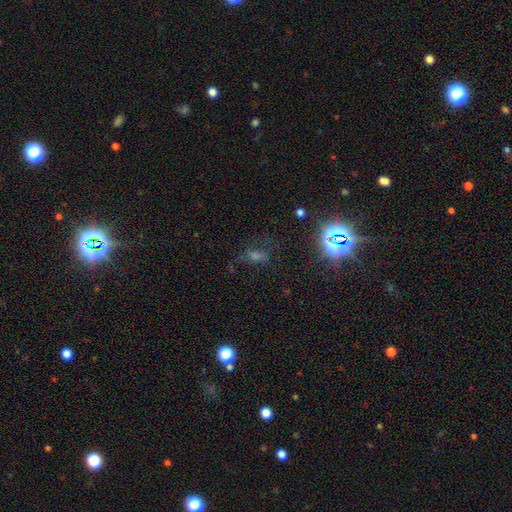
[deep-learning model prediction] Smooth or featured?
  - star or artifact: 50% *
  - smooth: 29%
  - featured or disk: 21%